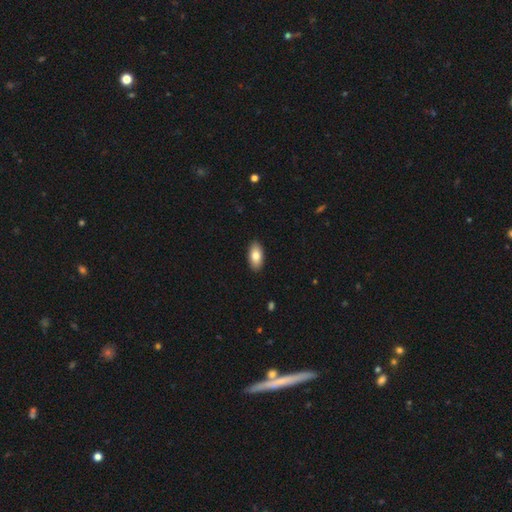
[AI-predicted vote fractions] Smooth or featured?
  - smooth: 81% *
  - featured or disk: 12%
  - star or artifact: 6%
How rounded?
  - in between: 92% *
  - cigar-shaped: 5%
  - round: 3%
Merging?
  - none: 90% *
  - minor disturbance: 7%
  - major disturbance: 2%
  - merger: 1%